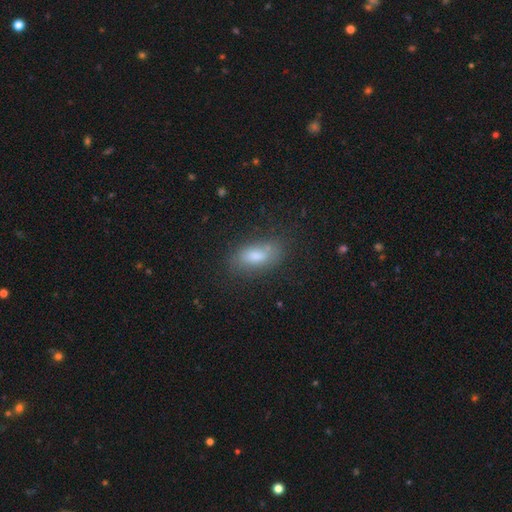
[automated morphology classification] Smooth or featured?
  - smooth: 74% *
  - featured or disk: 17%
  - star or artifact: 10%
How rounded?
  - in between: 83% *
  - cigar-shaped: 13%
  - round: 4%
Merging?
  - none: 71% *
  - minor disturbance: 19%
  - major disturbance: 6%
  - merger: 3%